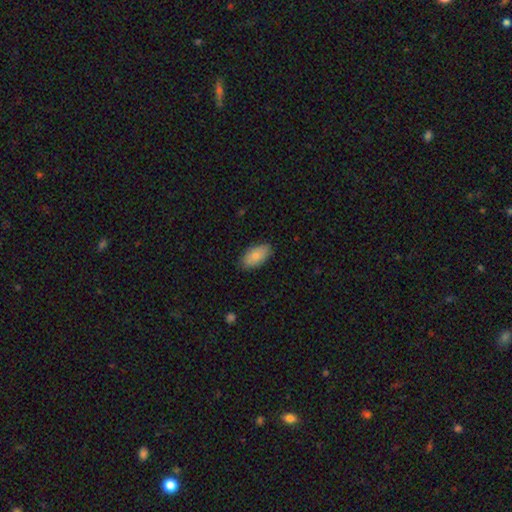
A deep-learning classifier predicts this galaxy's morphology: smooth 80%, featured or disk 13%, star or artifact 6%. Down the decision tree: how rounded — in between (93%); merging — none (85%).